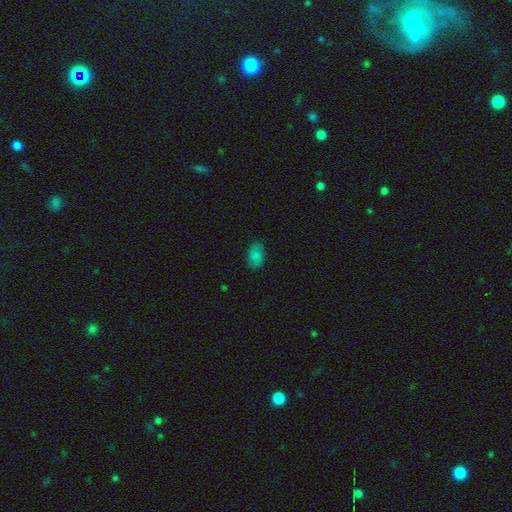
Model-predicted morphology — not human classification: A smooth galaxy with no disk features (80%) that is in between round and cigar-shaped (90%).

Vote fractions:
- Smooth or featured? smooth: 80% / star or artifact: 11% / featured or disk: 9%
- How rounded? in between: 90% / round: 8% / cigar-shaped: 2%
- Merging? none: 80% / minor disturbance: 15% / major disturbance: 3% / merger: 1%